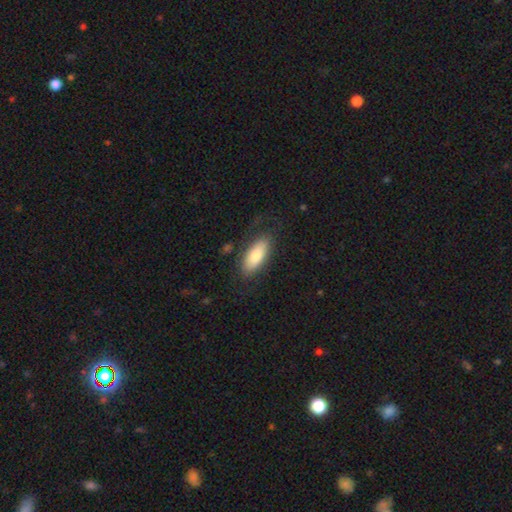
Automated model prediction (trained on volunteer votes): Smooth or featured: smooth — 76% (featured or disk — 18%)
How rounded: in between — 80% (cigar-shaped — 18%)
Merging: none — 78% (minor disturbance — 15%)